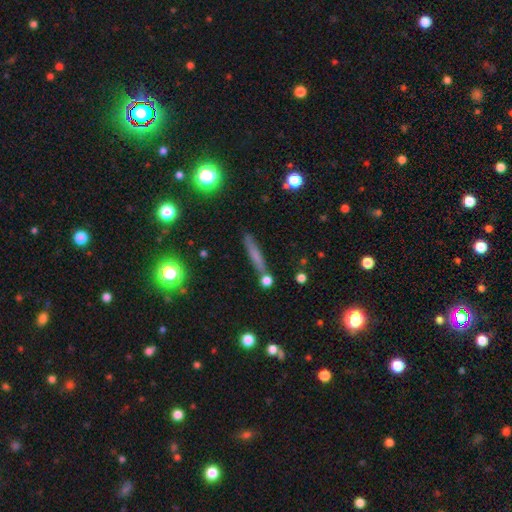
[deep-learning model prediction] smooth-or-featured: smooth: 57% | featured or disk: 31% | star or artifact: 12%
  how-rounded: cigar-shaped: 90% | in between: 7% | round: 4%
  merging: none: 81% | minor disturbance: 10% | merger: 6% | major disturbance: 3%